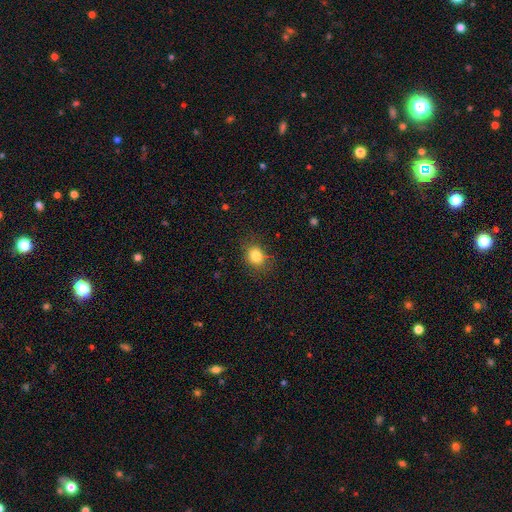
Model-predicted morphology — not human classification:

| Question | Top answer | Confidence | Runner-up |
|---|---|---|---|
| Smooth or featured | smooth | 83% | star or artifact (11%) |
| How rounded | round | 54% | in between (45%) |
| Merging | none | 82% | minor disturbance (13%) |